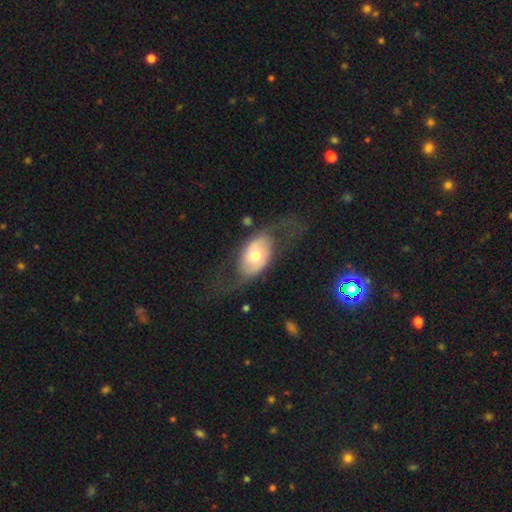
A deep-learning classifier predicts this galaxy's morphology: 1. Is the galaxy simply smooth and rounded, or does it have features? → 64% featured or disk, 31% smooth, 6% star or artifact.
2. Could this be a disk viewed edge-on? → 91% no, 9% yes.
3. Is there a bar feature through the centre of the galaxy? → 62% no, 27% weak, 10% strong.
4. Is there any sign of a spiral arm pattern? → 68% yes, 32% no.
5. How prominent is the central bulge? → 71% moderate, 14% large, 12% small, 2% dominant, 1% none.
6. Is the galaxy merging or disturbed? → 58% none, 24% major disturbance, 16% minor disturbance, 2% merger.